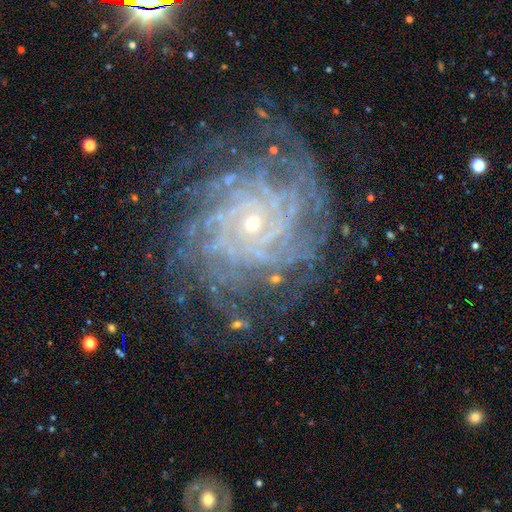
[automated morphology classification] Smooth or featured? Predicted: featured or disk (p=0.86). Edge-on disk? Predicted: no (p=0.97). Bar? Predicted: no (p=0.73). Spiral arms? Predicted: yes (p=0.97). Spiral winding? Predicted: tight (p=0.78). Spiral arm count? Predicted: more than 4 (p=0.36). Bulge size? Predicted: small (p=0.83). Merging? Predicted: none (p=0.76).